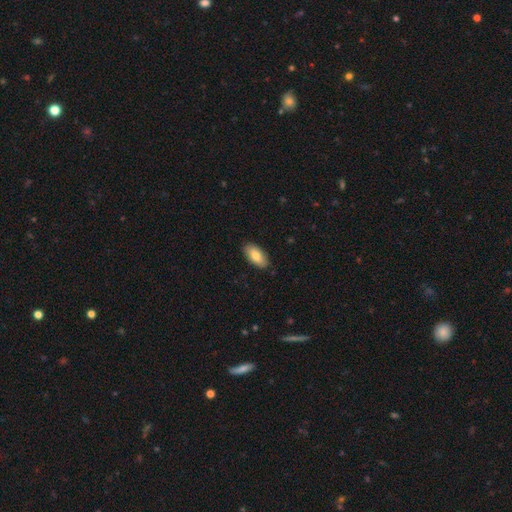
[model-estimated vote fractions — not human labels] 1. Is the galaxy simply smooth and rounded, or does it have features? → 78% smooth, 16% featured or disk, 6% star or artifact.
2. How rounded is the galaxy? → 93% in between, 5% cigar-shaped, 2% round.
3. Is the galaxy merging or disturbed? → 87% none, 10% minor disturbance, 2% major disturbance, 1% merger.